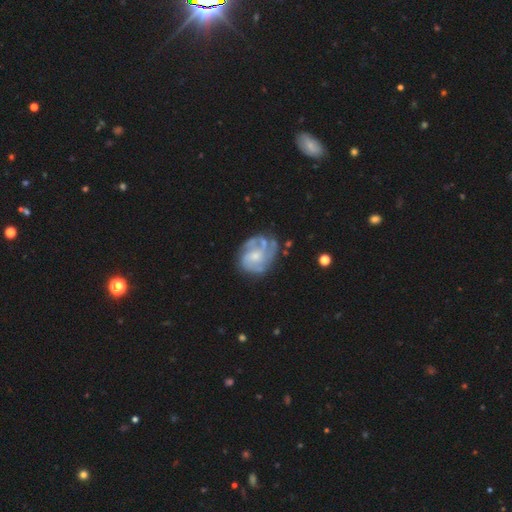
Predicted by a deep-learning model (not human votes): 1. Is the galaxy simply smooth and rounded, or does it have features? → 80% featured or disk, 14% smooth, 6% star or artifact.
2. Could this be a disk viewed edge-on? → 98% no, 2% yes.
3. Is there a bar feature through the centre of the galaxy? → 67% no, 28% weak, 4% strong.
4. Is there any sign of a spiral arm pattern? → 90% yes, 10% no.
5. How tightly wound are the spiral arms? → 46% tight, 41% medium, 13% loose.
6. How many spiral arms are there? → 29% 3 (tied), 29% can't tell (tied), 20% 2, 11% 4, 5% 1, 5% more than 4.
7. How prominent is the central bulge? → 53% small, 36% moderate, 8% none, 3% large, 1% dominant.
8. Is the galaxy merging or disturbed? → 62% none, 22% minor disturbance, 13% major disturbance, 4% merger.